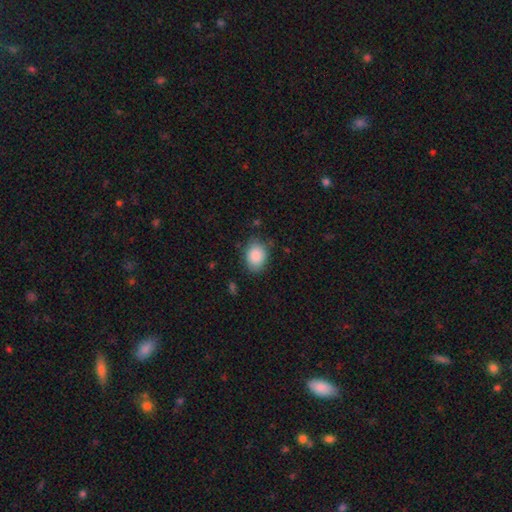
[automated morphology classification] smooth_or_featured: smooth (p=0.88) [alt: star or artifact p=0.07]
how_rounded: in between (p=0.67) [alt: round p=0.32]
merging: none (p=0.79) [alt: minor disturbance p=0.15]